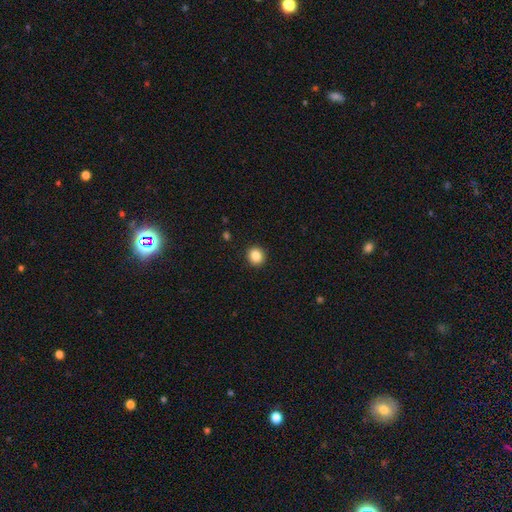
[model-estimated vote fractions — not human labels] The model was most divided on "smooth or featured": smooth: 87%, star or artifact: 9%, featured or disk: 4%. More confident: merging — none (93%); how rounded — round (89%).